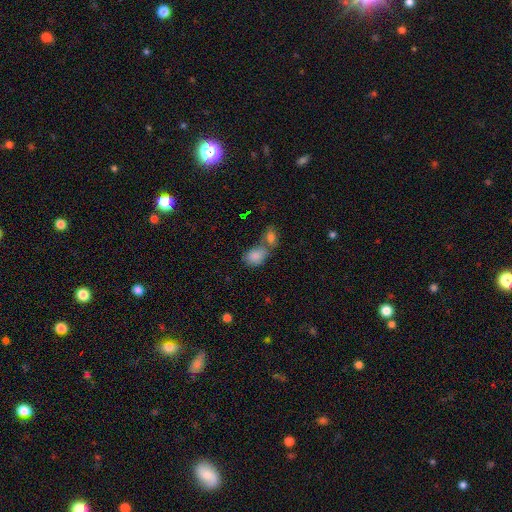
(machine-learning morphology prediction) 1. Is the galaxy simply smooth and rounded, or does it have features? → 84% smooth, 8% star or artifact, 8% featured or disk.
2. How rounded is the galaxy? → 83% in between, 15% round, 2% cigar-shaped.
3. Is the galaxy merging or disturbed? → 48% merger, 36% none, 12% minor disturbance, 5% major disturbance.